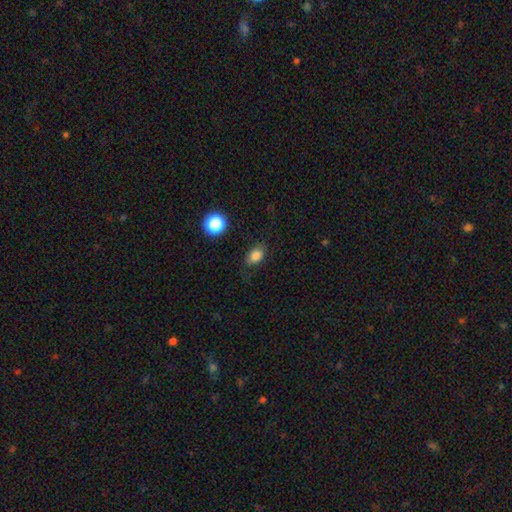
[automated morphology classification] This appears to be a smooth galaxy with no disk features (82%) that is in between round and cigar-shaped (81%). Merging: none (77%).